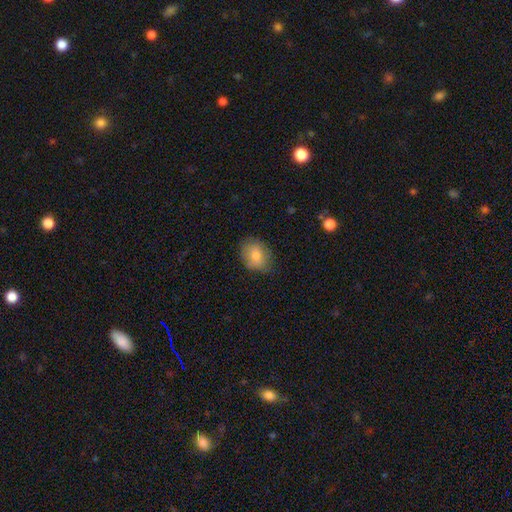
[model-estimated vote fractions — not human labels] A smooth galaxy with no disk features (80%) that is in between round and cigar-shaped (54%). Merging: none (73%).